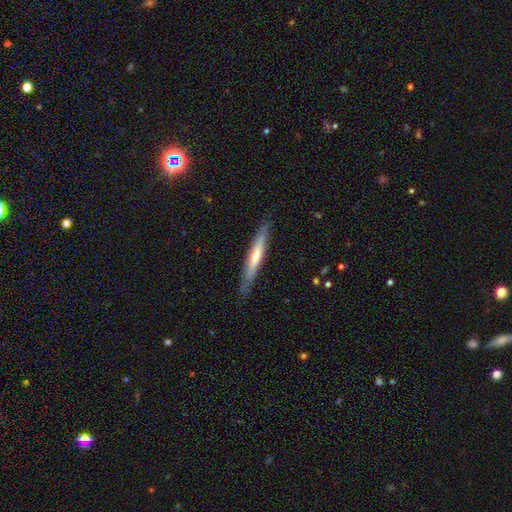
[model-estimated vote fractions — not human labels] Morphology: type=featured or disk (54%); edge-on=yes (85%); merging=none (84%).